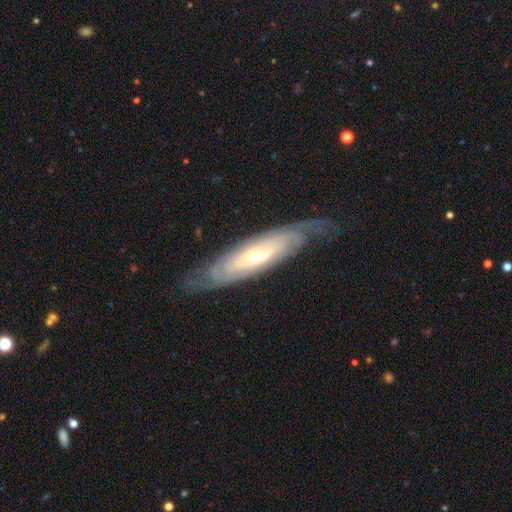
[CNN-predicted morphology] The model was most divided on "bulge size": moderate: 49%, small: 47%, large: 3%, dominant: 1%, none: 1%. More confident: spiral arms — yes (90%); smooth or featured — featured or disk (82%); edge-on disk — no (75%); merging — none (72%); spiral winding — tight (70%); bar — no (58%); spiral arm count — can't tell (53%).